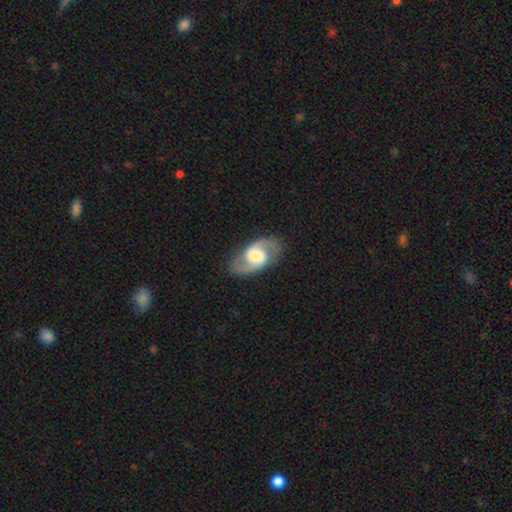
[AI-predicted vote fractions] This appears to be a featured or disk galaxy (84%) with a weak bar (48%), 2 (93%) medium (56%) spiral arms (93%) and a moderate central bulge (38%). Merging: none (85%).